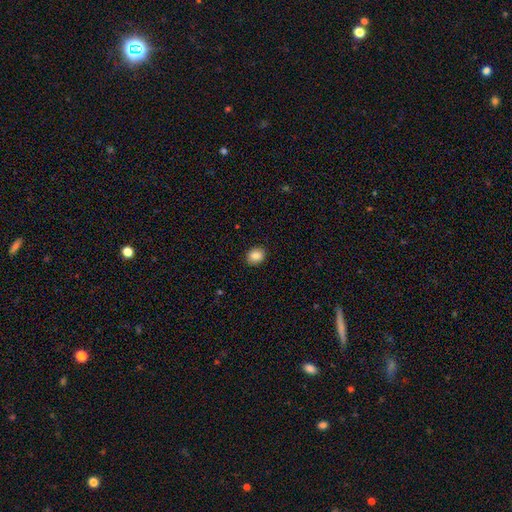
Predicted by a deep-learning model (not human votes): smooth-or-featured: smooth: 87% | star or artifact: 8% | featured or disk: 5%
  how-rounded: round: 56% | in between: 43% | cigar-shaped: 1%
  merging: none: 90% | minor disturbance: 7% | major disturbance: 2% | merger: 1%